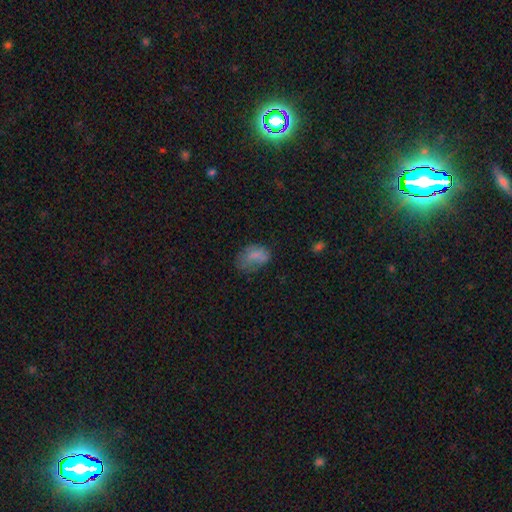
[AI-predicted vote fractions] Smooth or featured: smooth — 72% (featured or disk — 17%)
How rounded: in between — 80% (round — 19%)
Merging: none — 38% (minor disturbance — 31%)